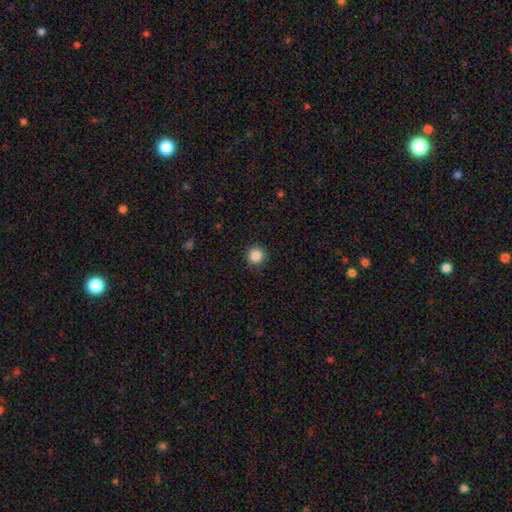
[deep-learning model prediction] Smooth or featured? smooth (86%)
How rounded? round (94%)
Merging? none (88%)